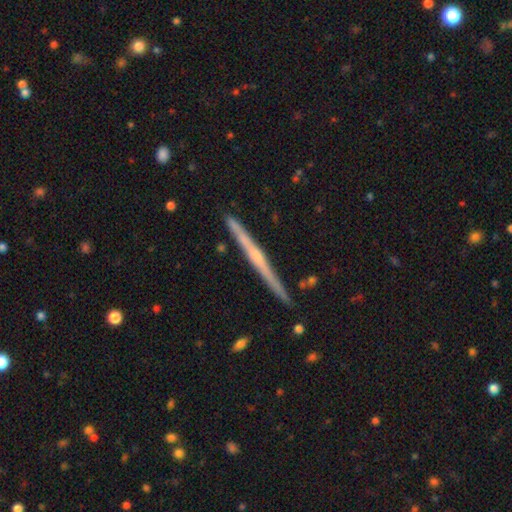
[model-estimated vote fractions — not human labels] Smooth or featured? featured or disk (78%)
Edge-on disk? yes (98%)
Edge-on bulge? rounded (56%)
Merging? none (90%)